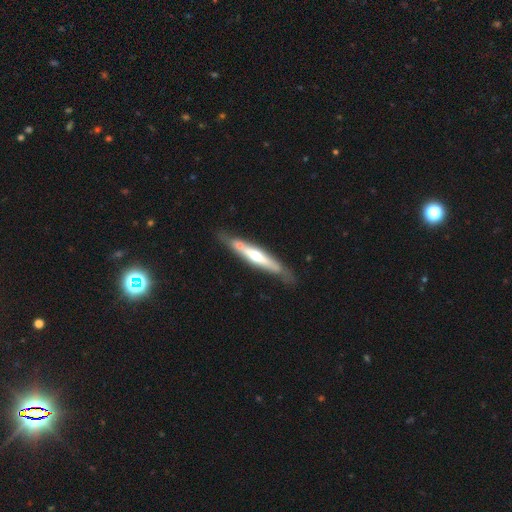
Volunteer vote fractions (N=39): Volunteers were most divided on "smooth or featured": featured or disk: 59%, smooth: 38%, star or artifact: 3%. More confident: edge-on bulge — rounded (83%); merging — none (79%); edge-on disk — yes (78%).